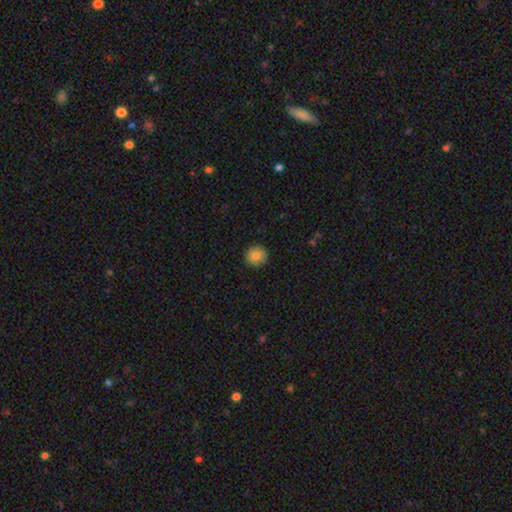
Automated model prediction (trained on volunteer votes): Smooth or featured? smooth (83%)
How rounded? round (92%)
Merging? none (90%)